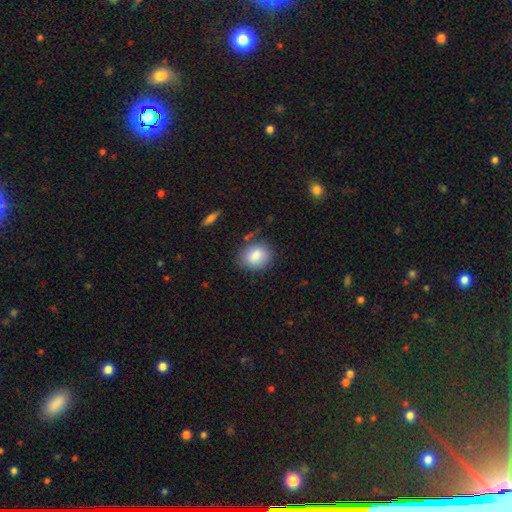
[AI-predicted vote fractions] This appears to be a smooth galaxy with no disk features (85%) that is round (50%). Merging: none (78%).